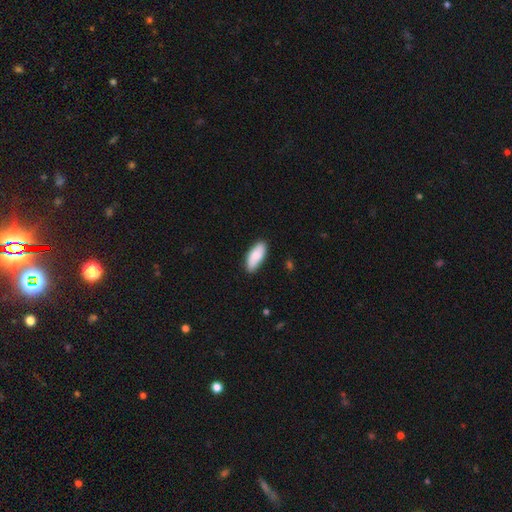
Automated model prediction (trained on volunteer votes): smooth-or-featured: smooth: 84% | featured or disk: 11% | star or artifact: 6%
  how-rounded: in between: 81% | cigar-shaped: 17% | round: 2%
  merging: none: 84% | minor disturbance: 13% | major disturbance: 2% | merger: 1%